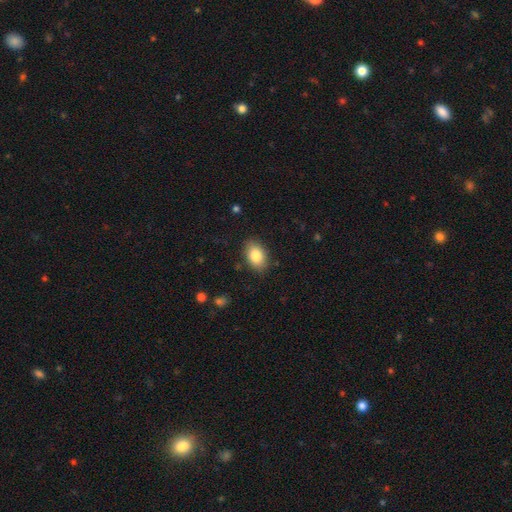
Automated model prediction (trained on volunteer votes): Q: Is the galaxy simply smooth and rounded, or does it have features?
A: smooth — 84%.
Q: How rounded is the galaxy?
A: in between — 87%.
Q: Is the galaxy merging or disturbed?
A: none — 85%.